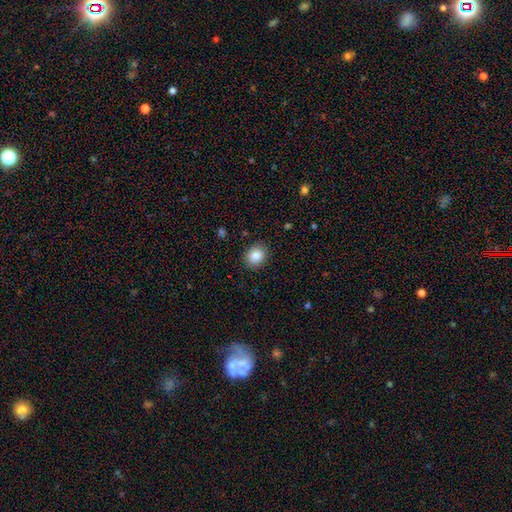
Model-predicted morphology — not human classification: This is clearly a smooth galaxy (85%). How rounded: possibly round (59%). Merging: clearly none (89%).